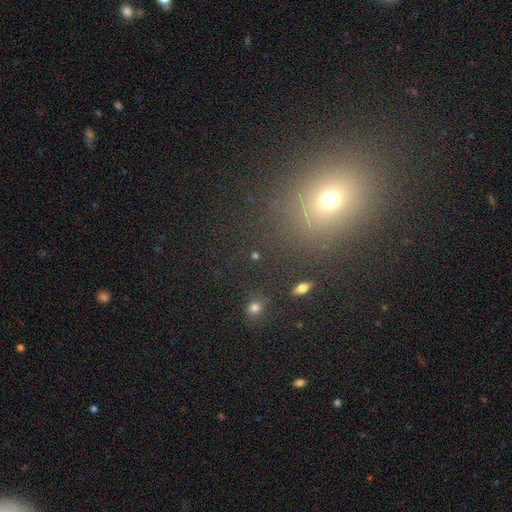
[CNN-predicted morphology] Smooth or featured: smooth — 53% (star or artifact — 35%)
How rounded: round — 67% (in between — 29%)
Merging: none — 80% (minor disturbance — 9%)